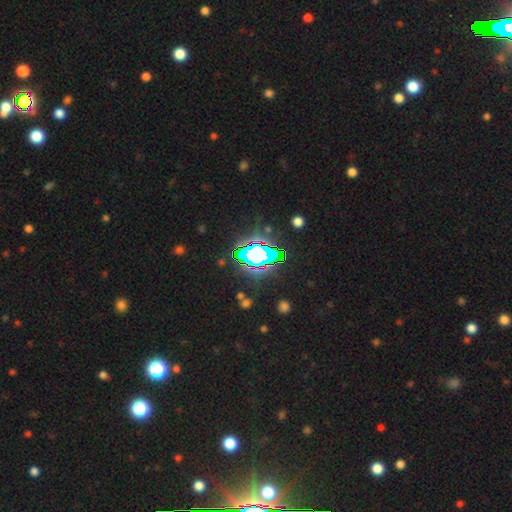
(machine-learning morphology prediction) Smooth or featured?
  - star or artifact: 67% *
  - smooth: 19%
  - featured or disk: 14%